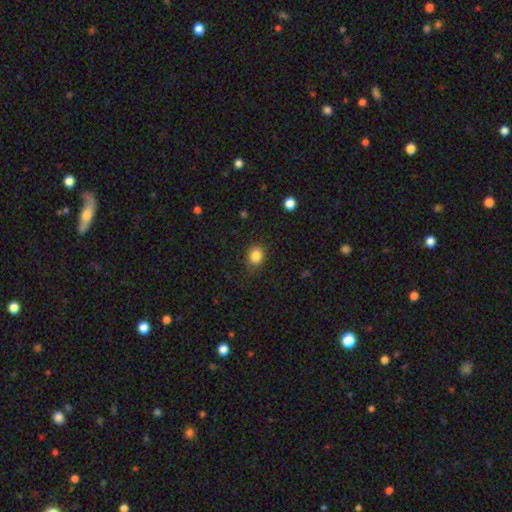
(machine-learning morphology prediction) Smooth or featured: smooth — 85% (star or artifact — 11%)
How rounded: round — 66% (in between — 33%)
Merging: none — 82% (minor disturbance — 13%)